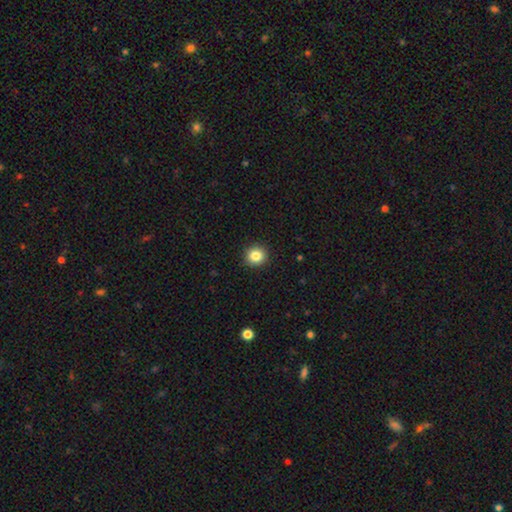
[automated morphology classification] A smooth galaxy with no disk features (84%) that is round (89%).

Vote fractions:
- Smooth or featured? smooth: 84% / star or artifact: 10% / featured or disk: 5%
- How rounded? round: 89% / in between: 10% / cigar-shaped: 1%
- Merging? none: 92% / minor disturbance: 6% / major disturbance: 2% / merger: 1%